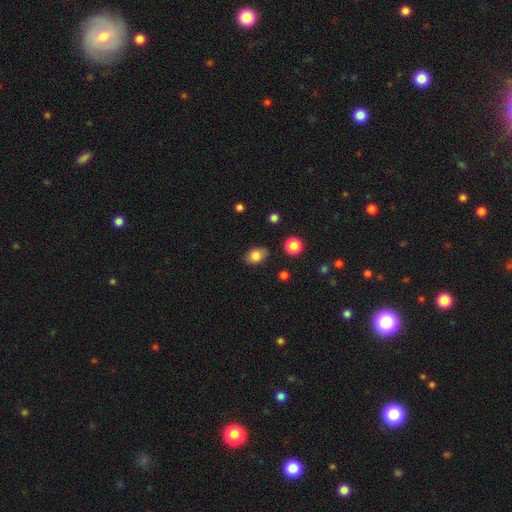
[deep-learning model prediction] Q: Smooth or featured?
A: smooth (84%); runner-up: star or artifact (10%)
Q: How rounded?
A: in between (71%); runner-up: round (28%)
Q: Merging?
A: none (80%); runner-up: minor disturbance (14%)